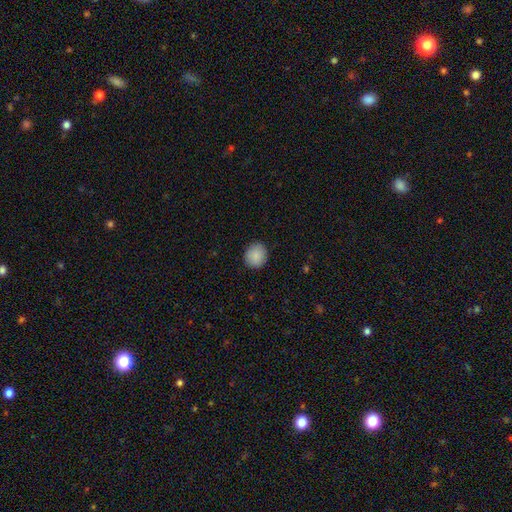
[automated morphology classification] Smooth or featured: smooth — 89% (star or artifact — 7%)
How rounded: round — 80% (in between — 19%)
Merging: none — 89% (minor disturbance — 8%)